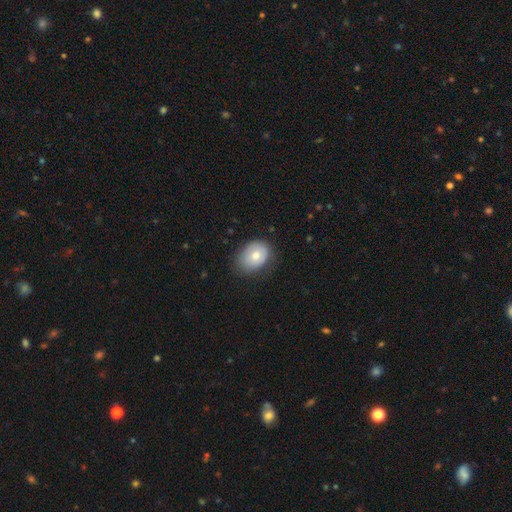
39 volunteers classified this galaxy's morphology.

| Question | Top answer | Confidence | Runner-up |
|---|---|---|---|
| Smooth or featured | smooth | 72% | featured or disk (28%) |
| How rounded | in between | 75% | round (25%) |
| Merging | minor disturbance | 51% | none (46%) |